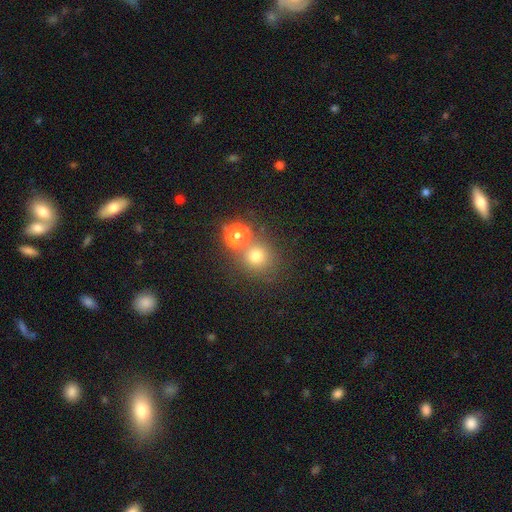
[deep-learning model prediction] The model was most divided on "merging": none: 61%, merger: 26%, minor disturbance: 9%, major disturbance: 4%. More confident: how rounded — round (88%); smooth or featured — smooth (72%).